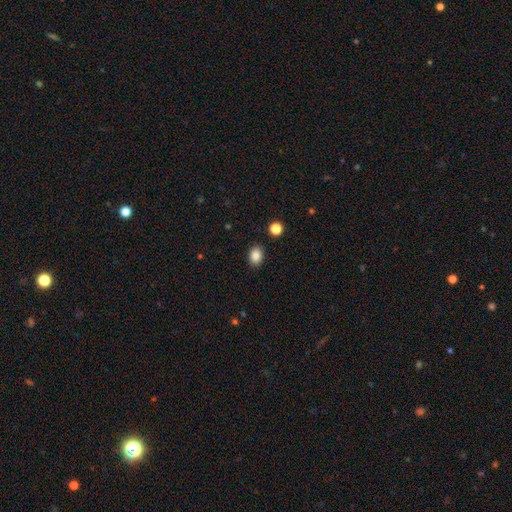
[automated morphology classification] This is clearly a smooth galaxy (85%). How rounded: likely in between (67%). Merging: clearly none (88%).